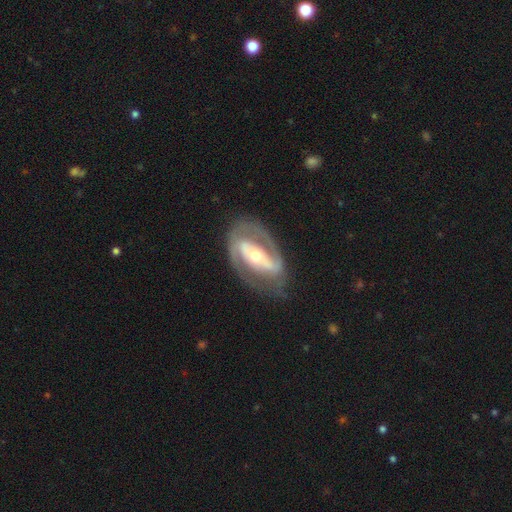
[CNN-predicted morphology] This appears to be a featured or disk galaxy (86%) with a strong bar (58%), 2 (84%) medium (43%) spiral arms (85%) and a moderate central bulge (60%). Merging: none (70%).